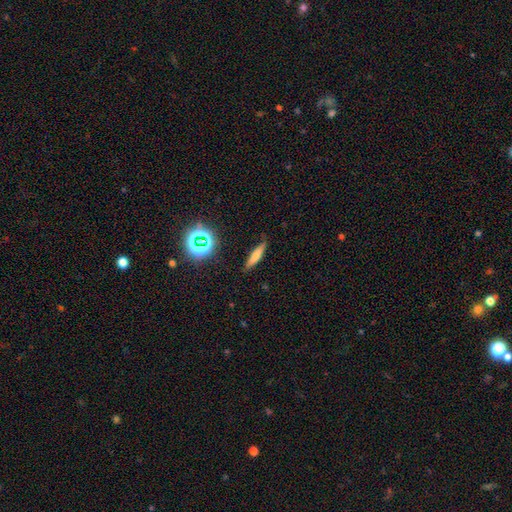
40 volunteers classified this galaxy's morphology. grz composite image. It shows a smooth galaxy with no disk features (65%) that is cigar-shaped (85%). Merging: none (81%).